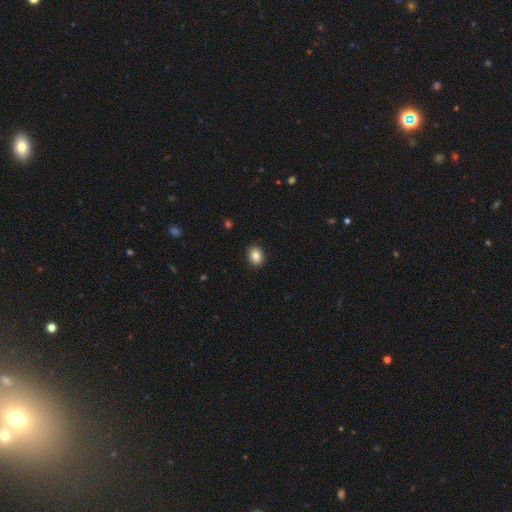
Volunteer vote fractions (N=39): Morphology: type=smooth (90%); roundness=round (54%); merging=none (92%).